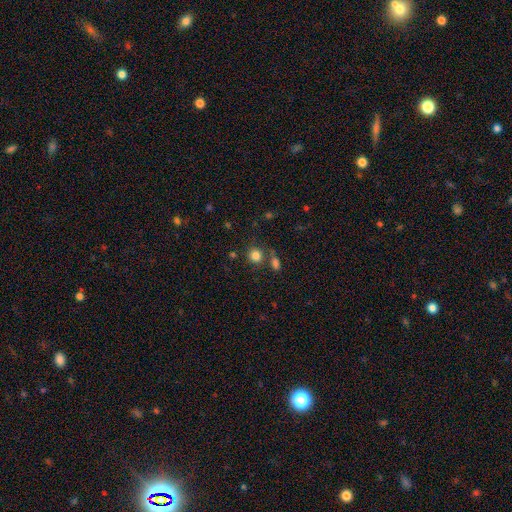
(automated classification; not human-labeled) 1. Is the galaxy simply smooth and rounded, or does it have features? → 82% smooth, 11% star or artifact, 6% featured or disk.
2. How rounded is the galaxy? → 84% round, 15% in between, 1% cigar-shaped.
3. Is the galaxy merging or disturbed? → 68% none, 17% merger, 10% minor disturbance, 4% major disturbance.